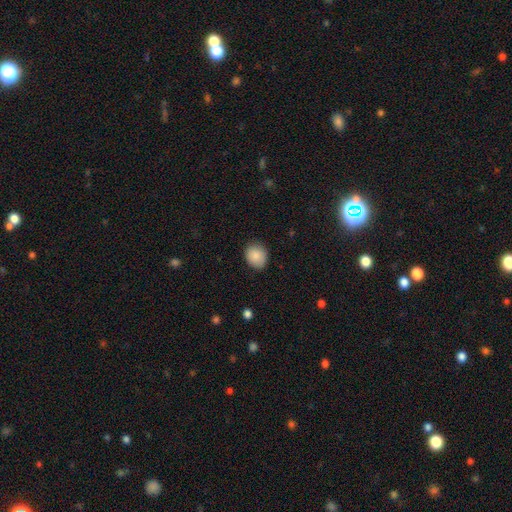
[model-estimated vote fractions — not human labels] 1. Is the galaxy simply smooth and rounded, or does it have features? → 87% smooth, 8% star or artifact, 6% featured or disk.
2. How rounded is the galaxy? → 64% round, 35% in between, 1% cigar-shaped.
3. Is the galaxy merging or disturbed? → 83% none, 13% minor disturbance, 2% major disturbance, 1% merger.